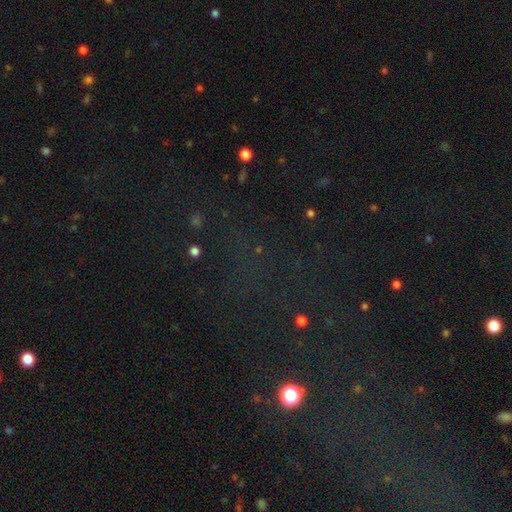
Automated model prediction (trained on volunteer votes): A star or artifact, not a galaxy (72%).

Vote fractions:
- Smooth or featured? star or artifact: 72% / smooth: 17% / featured or disk: 11%